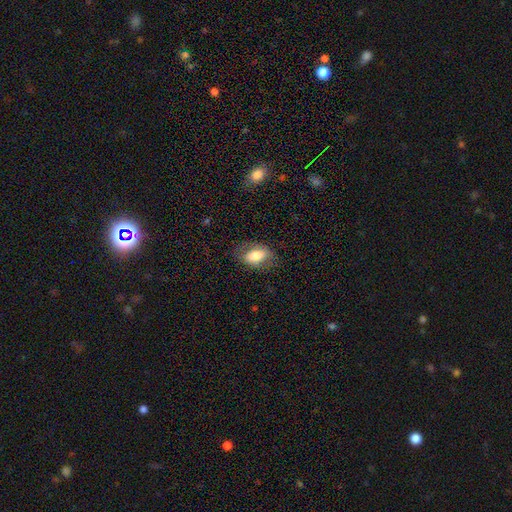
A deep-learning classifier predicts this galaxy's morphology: smooth-or-featured: smooth: 69% | featured or disk: 23% | star or artifact: 7%
  how-rounded: in between: 88% | round: 10% | cigar-shaped: 2%
  merging: none: 72% | minor disturbance: 18% | major disturbance: 9% | merger: 1%